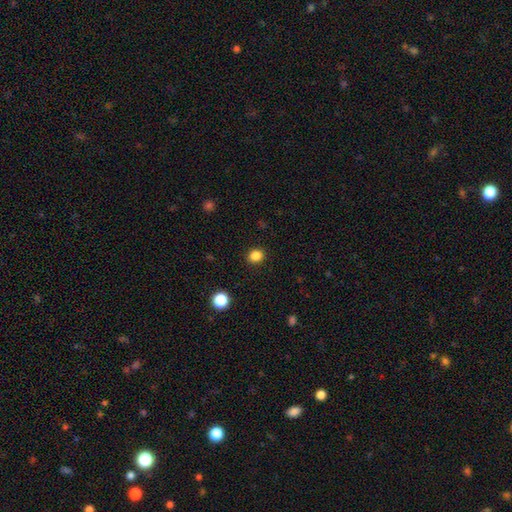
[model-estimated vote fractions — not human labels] A smooth galaxy with no disk features (85%) that is round (75%). Merging: none (91%).